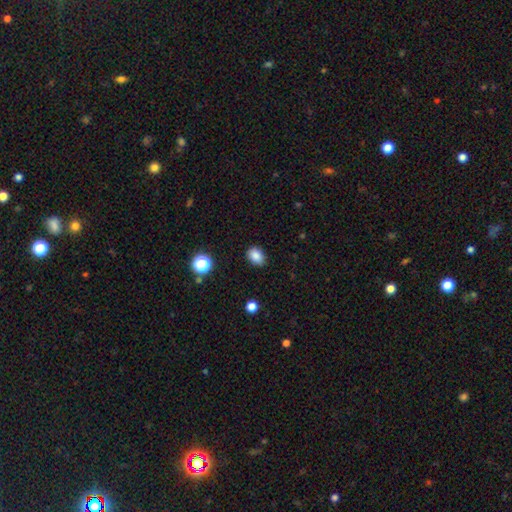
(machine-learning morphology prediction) The model was most divided on "how rounded": in between: 69%, round: 30%, cigar-shaped: 1%. More confident: smooth or featured — smooth (86%); merging — none (85%).